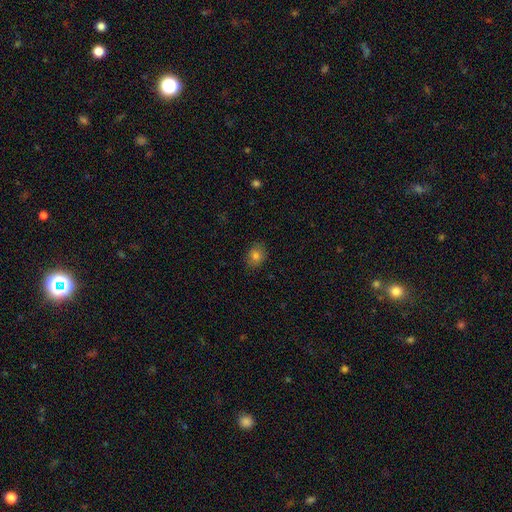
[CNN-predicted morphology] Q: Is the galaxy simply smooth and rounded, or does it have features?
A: smooth — 81%.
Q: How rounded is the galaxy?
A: round — 54%.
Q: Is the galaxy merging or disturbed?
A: none — 85%.